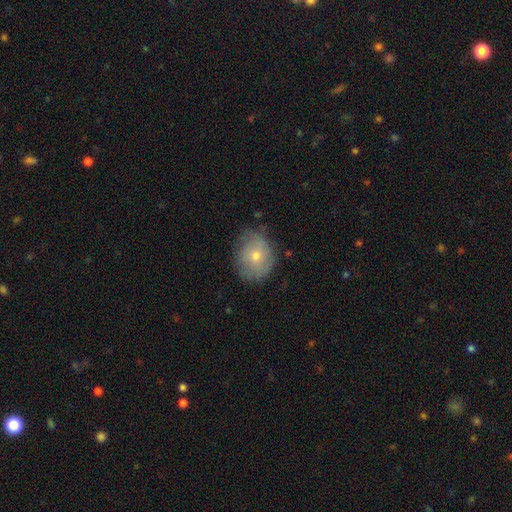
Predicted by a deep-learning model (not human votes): Smooth or featured: smooth — 62% (featured or disk — 29%)
How rounded: round — 66% (in between — 33%)
Merging: none — 69% (minor disturbance — 24%)